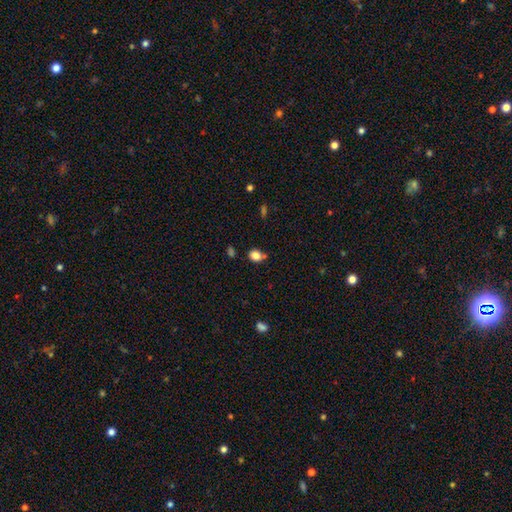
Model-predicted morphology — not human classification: The model was most divided on "how rounded": round: 54%, in between: 45%, cigar-shaped: 1%. More confident: smooth or featured — smooth (82%); merging — none (63%).